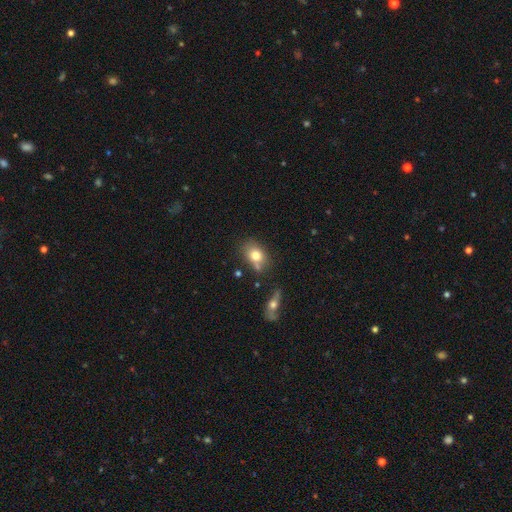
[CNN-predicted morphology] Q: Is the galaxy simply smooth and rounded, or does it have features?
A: smooth — 76%.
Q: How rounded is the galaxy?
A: in between — 66%.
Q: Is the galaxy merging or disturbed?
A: none — 59%.